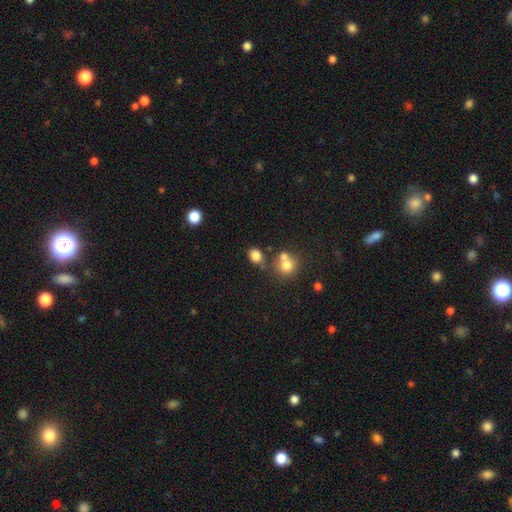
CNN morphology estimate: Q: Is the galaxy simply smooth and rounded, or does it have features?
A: smooth — 81%.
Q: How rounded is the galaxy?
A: in between — 50%.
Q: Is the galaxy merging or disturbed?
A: none — 62%.